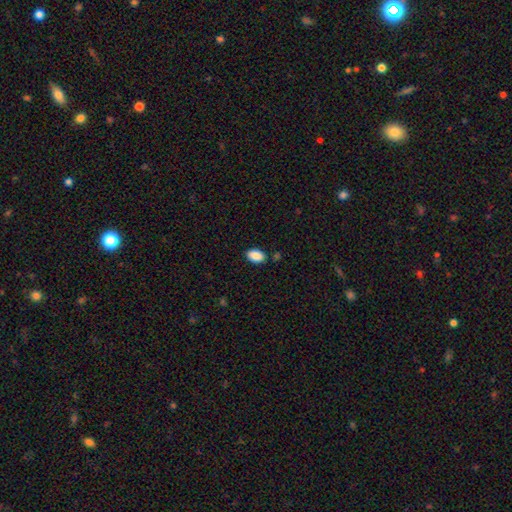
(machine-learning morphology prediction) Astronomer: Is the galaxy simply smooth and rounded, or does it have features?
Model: smooth — 89%.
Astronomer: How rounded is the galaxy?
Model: in between — 89%.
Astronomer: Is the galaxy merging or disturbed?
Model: none — 84%.